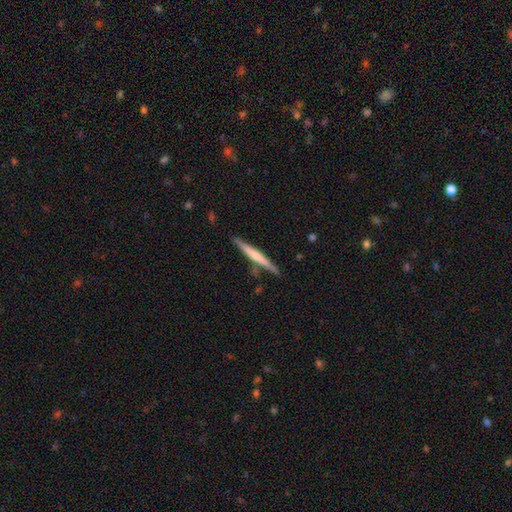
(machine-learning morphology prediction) type=featured or disk (51%); edge-on=yes (97%); merging=none (82%).